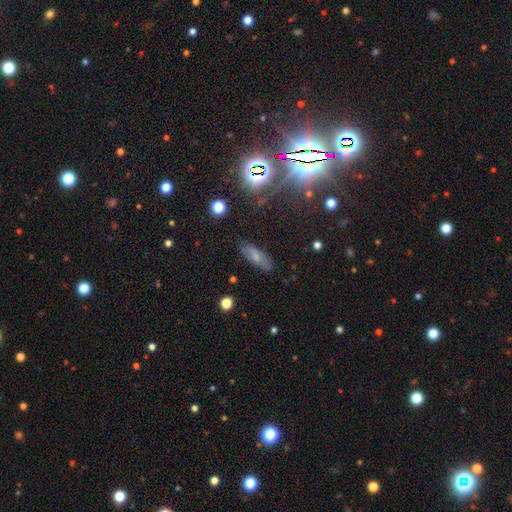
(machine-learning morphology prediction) smooth 61%, featured or disk 26%, star or artifact 12%. Down the decision tree: how rounded — in between (65%); merging — none (81%).